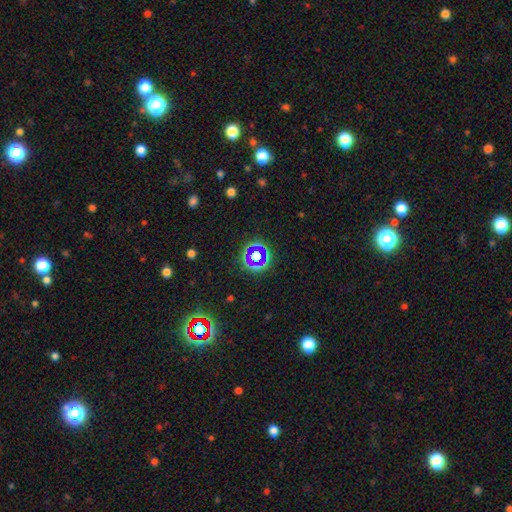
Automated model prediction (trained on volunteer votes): Smooth or featured? Predicted: star or artifact (p=0.64).